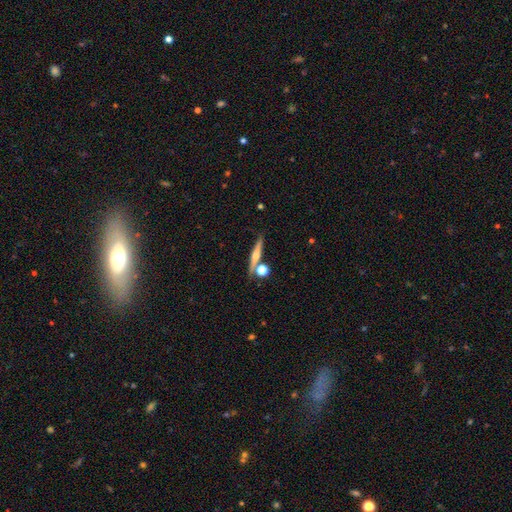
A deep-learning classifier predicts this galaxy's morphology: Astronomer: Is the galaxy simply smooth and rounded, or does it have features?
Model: featured or disk — 52% (runner-up: smooth, 40%).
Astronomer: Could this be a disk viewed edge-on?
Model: yes — 95%.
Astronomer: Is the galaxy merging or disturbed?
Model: none — 76%.